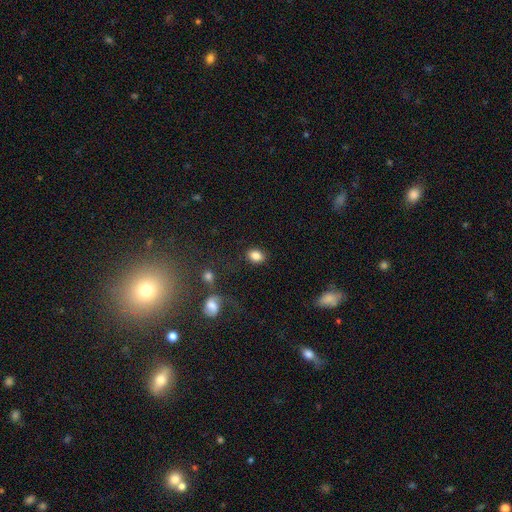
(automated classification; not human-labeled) Morphology: type=smooth (84%); roundness=in between (73%); merging=none (80%).